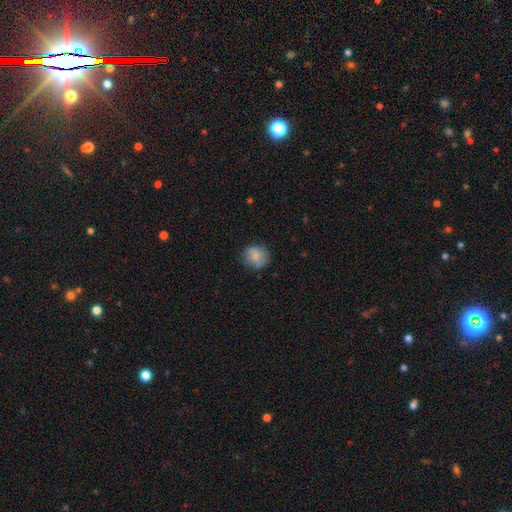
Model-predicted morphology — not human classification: A smooth galaxy with no disk features (80%) that is round (73%). Merging: none (73%).